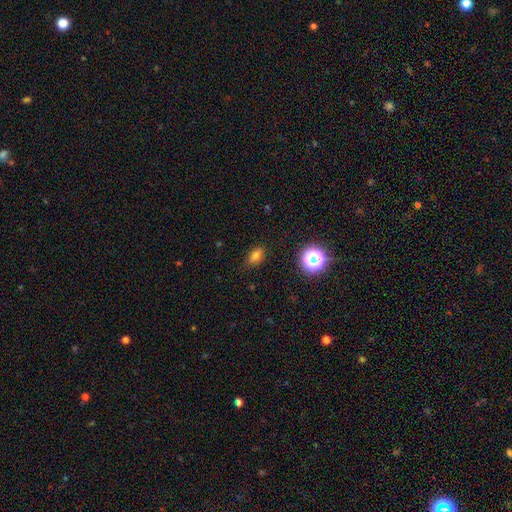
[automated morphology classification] The model was most divided on "smooth or featured": smooth: 74%, star or artifact: 17%, featured or disk: 9%. More confident: merging — none (79%); how rounded — in between (78%).